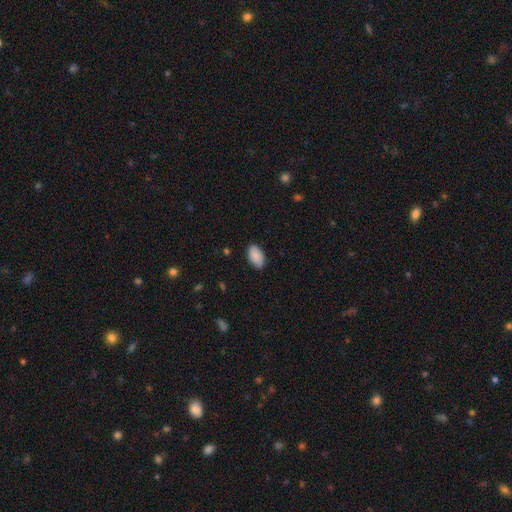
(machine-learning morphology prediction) Q: Smooth or featured?
A: smooth (86%); runner-up: featured or disk (8%)
Q: How rounded?
A: in between (94%); runner-up: round (4%)
Q: Merging?
A: none (81%); runner-up: minor disturbance (15%)